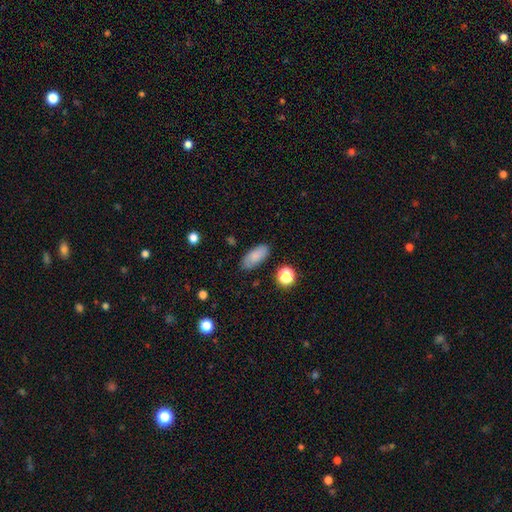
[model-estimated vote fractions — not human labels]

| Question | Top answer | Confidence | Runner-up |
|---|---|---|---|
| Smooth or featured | smooth | 83% | featured or disk (8%) |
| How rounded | in between | 88% | cigar-shaped (9%) |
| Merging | none | 82% | minor disturbance (12%) |